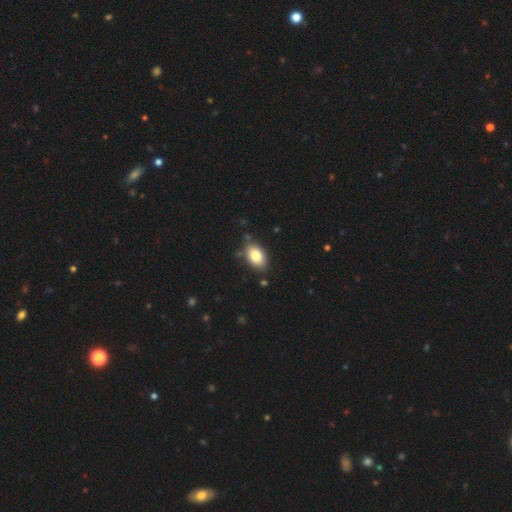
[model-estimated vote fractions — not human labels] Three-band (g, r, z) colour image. It shows a smooth galaxy with no disk features (83%) that is in between round and cigar-shaped (89%). Merging: none (82%).